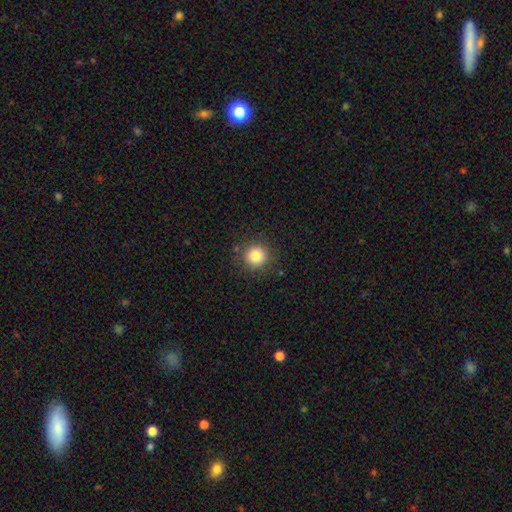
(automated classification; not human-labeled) Overall: smooth (84%). How rounded: round (93%). Merging: none (87%).